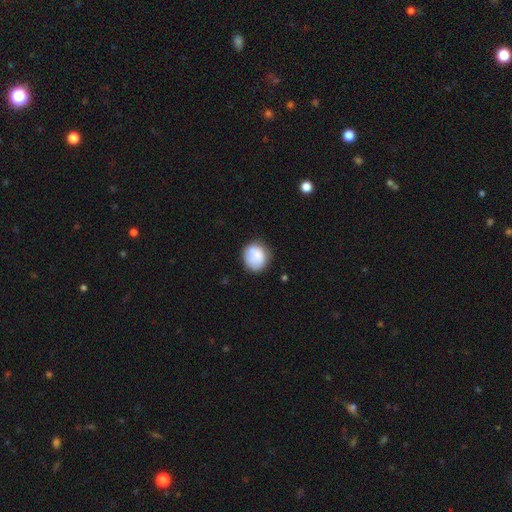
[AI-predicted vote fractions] The model was most divided on "merging": none: 63%, minor disturbance: 22%, merger: 8%, major disturbance: 7%. More confident: smooth or featured — smooth (79%); how rounded — round (76%).